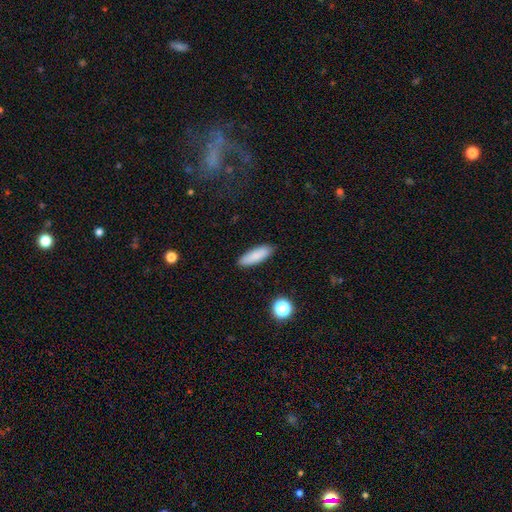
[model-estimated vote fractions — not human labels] smooth-or-featured: smooth: 86% | featured or disk: 7% | star or artifact: 7%
  how-rounded: in between: 54% | cigar-shaped: 44% | round: 2%
  merging: none: 88% | minor disturbance: 9% | major disturbance: 2% | merger: 1%